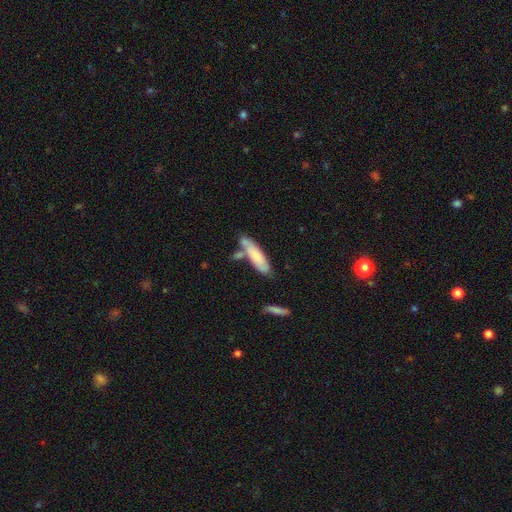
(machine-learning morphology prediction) The model was most divided on "how rounded": cigar-shaped: 66%, in between: 32%, round: 1%. More confident: smooth or featured — smooth (71%); merging — none (55%).